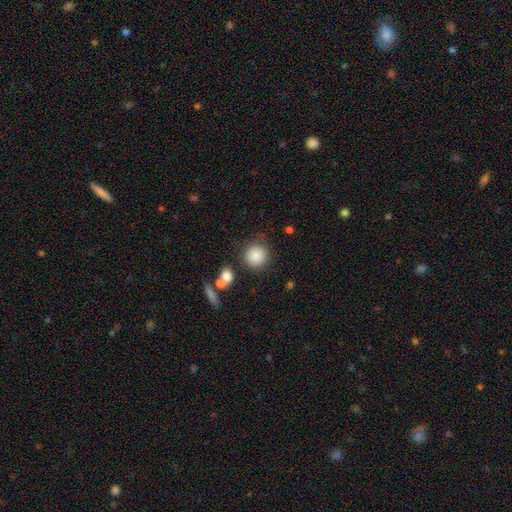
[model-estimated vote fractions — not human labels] This appears to be a smooth galaxy with no disk features (86%) that is round (91%). Merging: none (79%).